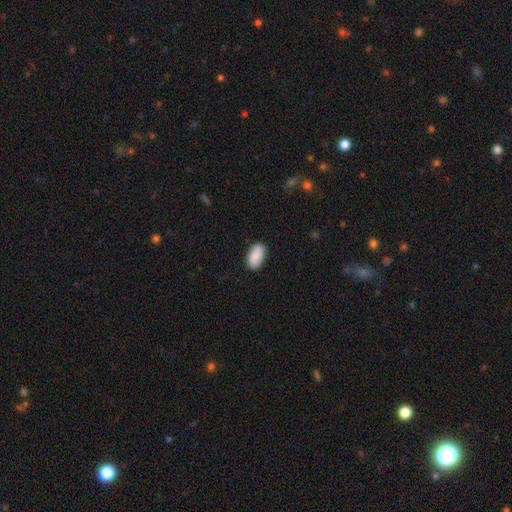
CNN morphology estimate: type=smooth (90%); roundness=in between (95%); merging=none (88%).